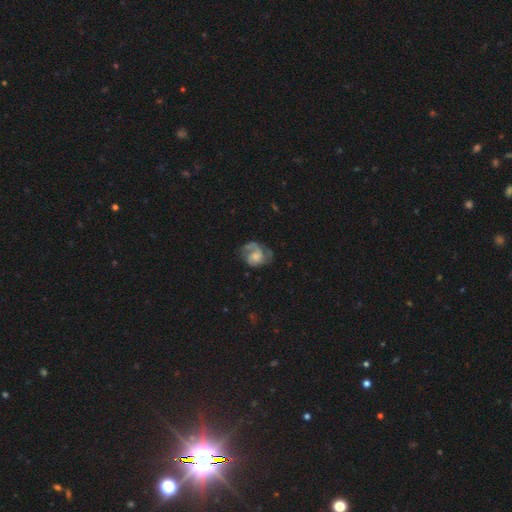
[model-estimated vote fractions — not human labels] This is likely a featured or disk galaxy (72%). It is clearly not viewed edge-on (98%). Bar: likely no (68%). Spiral arm pattern: clearly yes (91%). Spiral arm count: possibly 2 (54%). Spiral winding: possibly medium (46%). Central bulge: marginally small (34%). Merging: possibly none (51%).